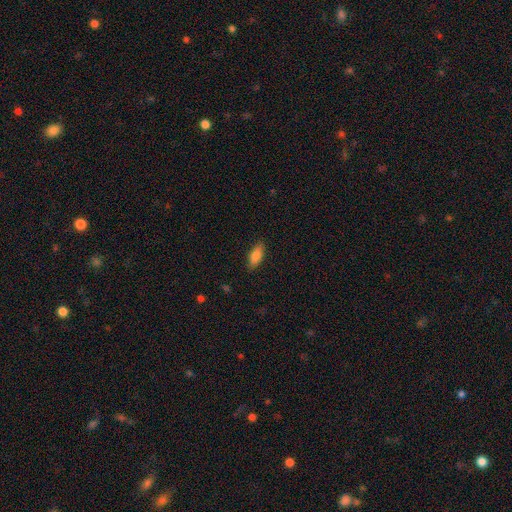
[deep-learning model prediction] A smooth galaxy with no disk features (82%) that is in between round and cigar-shaped (76%). Merging: none (86%).